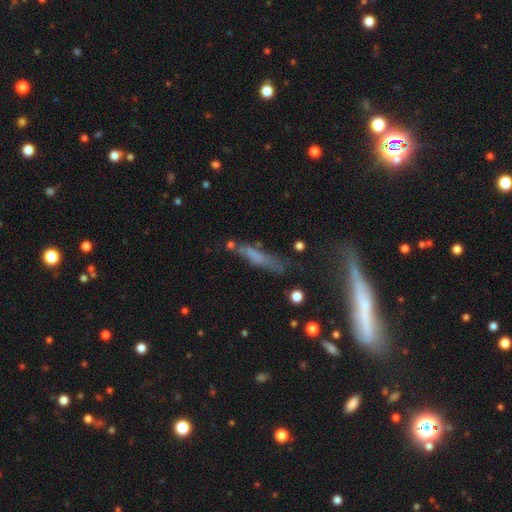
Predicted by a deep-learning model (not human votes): Morphology: type=smooth (54%); roundness=cigar-shaped (83%); merging=none (52%).